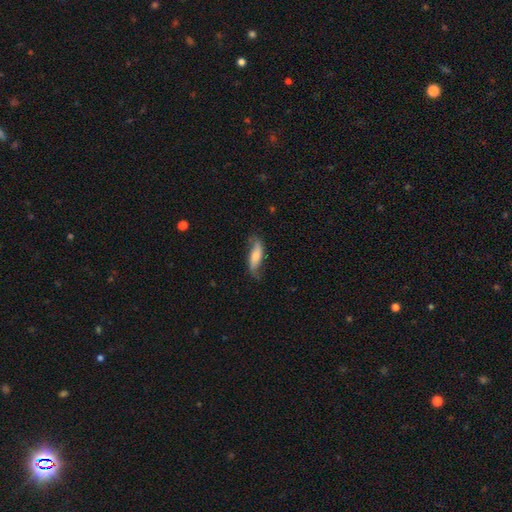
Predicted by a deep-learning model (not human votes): Smooth or featured: featured or disk — 53% (smooth — 40%)
Edge-on disk: no — 75% (yes — 25%)
Merging: none — 67% (minor disturbance — 24%)